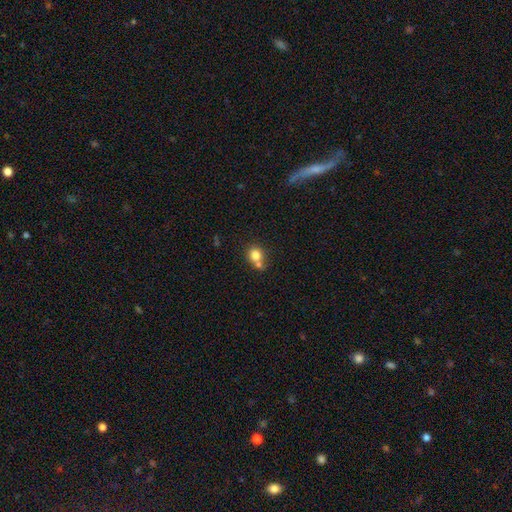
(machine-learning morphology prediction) Q: Smooth or featured?
A: smooth (80%); runner-up: star or artifact (11%)
Q: How rounded?
A: round (80%); runner-up: in between (19%)
Q: Merging?
A: none (48%); runner-up: merger (37%)